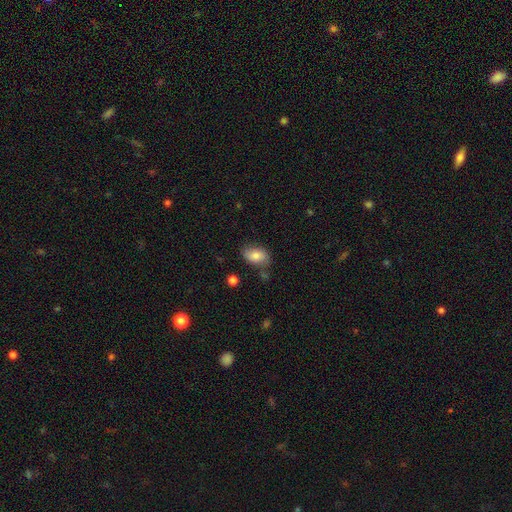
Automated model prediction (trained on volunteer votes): This appears to be a smooth galaxy with no disk features (77%) that is in between round and cigar-shaped (87%). Merging: none (69%).